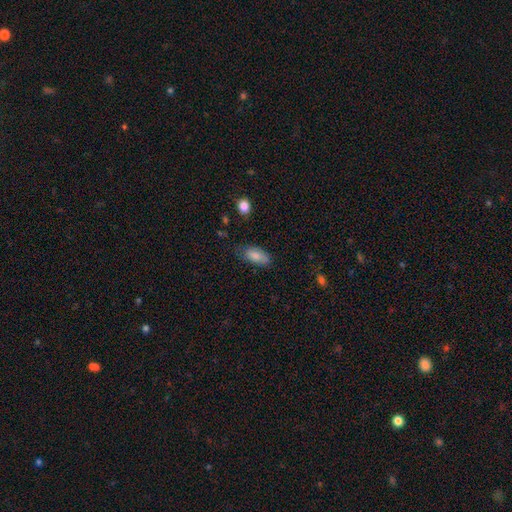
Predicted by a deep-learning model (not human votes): smooth 84%, featured or disk 9%, star or artifact 7%. Down the decision tree: how rounded — in between (89%); merging — none (67%).